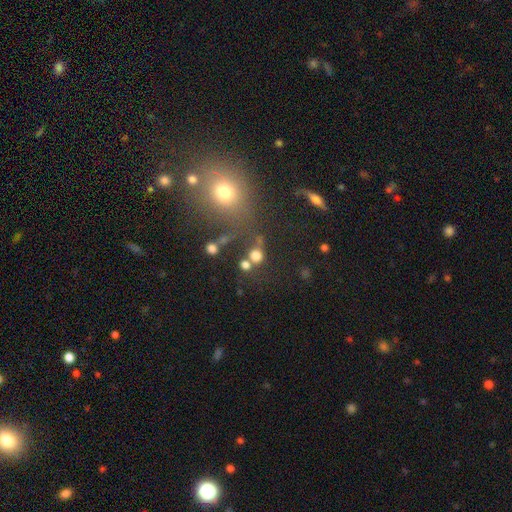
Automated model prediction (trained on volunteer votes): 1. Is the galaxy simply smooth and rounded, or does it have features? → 74% smooth, 18% star or artifact, 8% featured or disk.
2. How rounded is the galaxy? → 85% round, 13% in between, 1% cigar-shaped.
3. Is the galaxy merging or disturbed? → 57% none, 26% merger, 10% minor disturbance, 7% major disturbance.